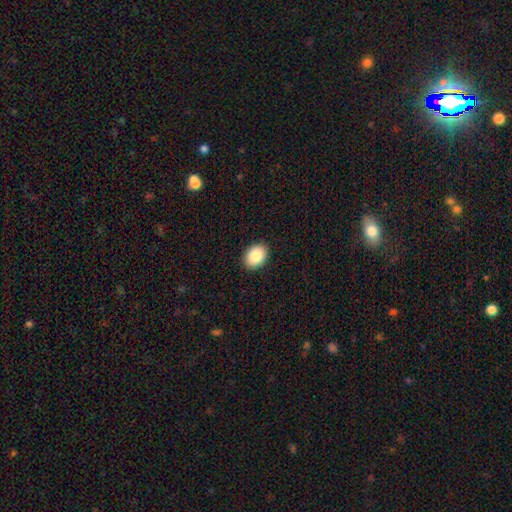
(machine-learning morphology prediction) This is clearly a smooth galaxy (86%). How rounded: likely in between (70%). Merging: clearly none (90%).